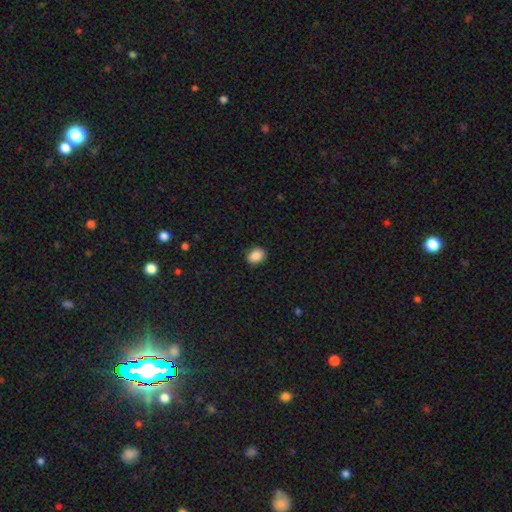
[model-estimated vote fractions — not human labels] This appears to be a smooth galaxy with no disk features (88%) that is in between round and cigar-shaped (65%). Merging: none (90%).